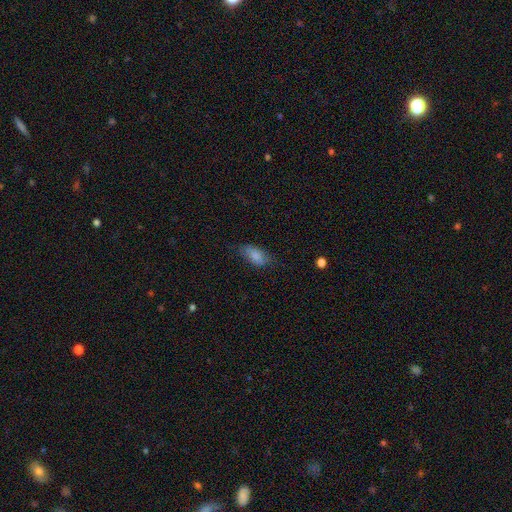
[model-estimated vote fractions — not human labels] Q: Smooth or featured?
A: smooth (80%); runner-up: featured or disk (13%)
Q: How rounded?
A: in between (89%); runner-up: cigar-shaped (8%)
Q: Merging?
A: none (66%); runner-up: minor disturbance (24%)